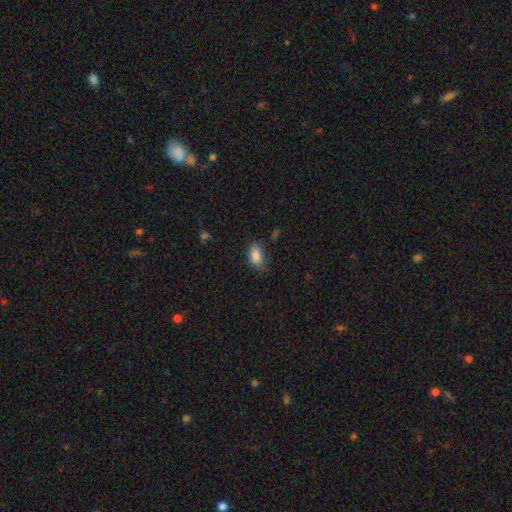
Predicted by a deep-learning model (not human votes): Overall: smooth (86%). How rounded: in between (89%). Merging: none (64%; minor disturbance 27%).